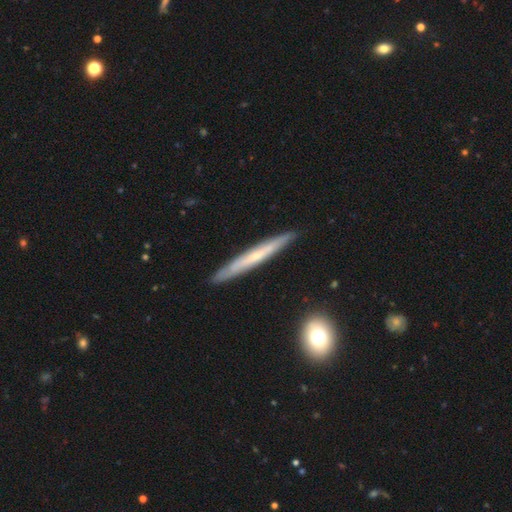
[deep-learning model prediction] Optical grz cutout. It shows a featured or disk galaxy (55%) viewed edge-on (92%) with no central bulge (61%). Merging: none (89%).